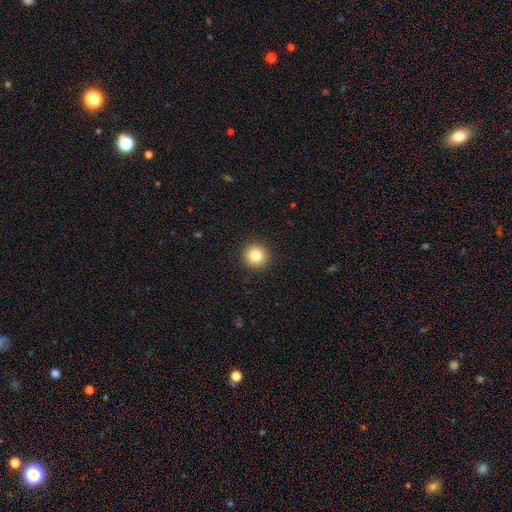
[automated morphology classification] This appears to be a smooth galaxy with no disk features (82%) that is round (94%). Merging: none (93%).